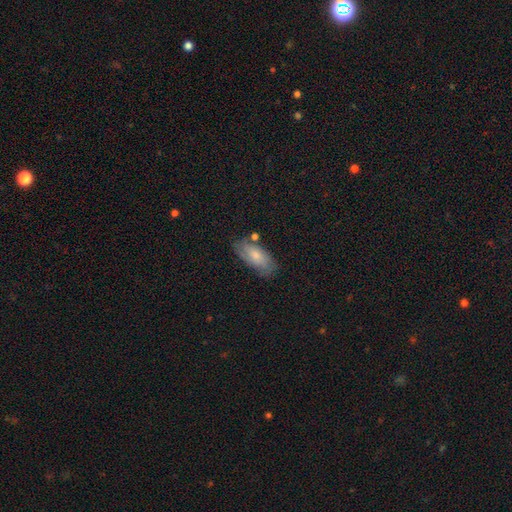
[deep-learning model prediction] Smooth or featured: smooth — 64% (featured or disk — 29%)
How rounded: in between — 87% (cigar-shaped — 10%)
Merging: none — 67% (minor disturbance — 22%)